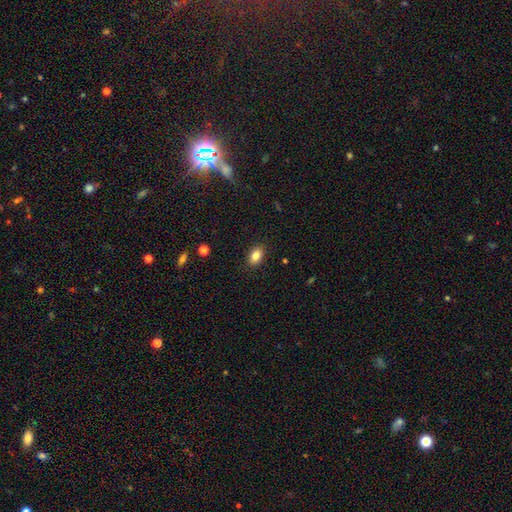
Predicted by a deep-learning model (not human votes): A smooth galaxy with no disk features (84%) that is in between round and cigar-shaped (87%).

Vote fractions:
- Smooth or featured? smooth: 84% / star or artifact: 9% / featured or disk: 7%
- How rounded? in between: 87% / round: 11% / cigar-shaped: 2%
- Merging? none: 88% / minor disturbance: 9% / major disturbance: 2% / merger: 1%